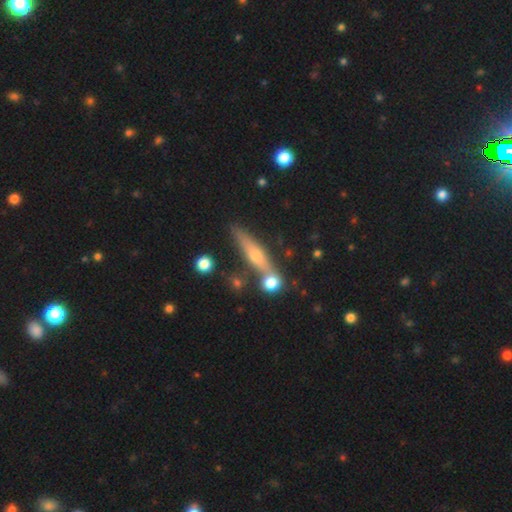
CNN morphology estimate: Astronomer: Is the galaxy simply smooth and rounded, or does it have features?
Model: featured or disk — 51% (runner-up: smooth, 40%).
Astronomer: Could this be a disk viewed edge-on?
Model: yes — 90%.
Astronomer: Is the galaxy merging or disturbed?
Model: none — 71%.